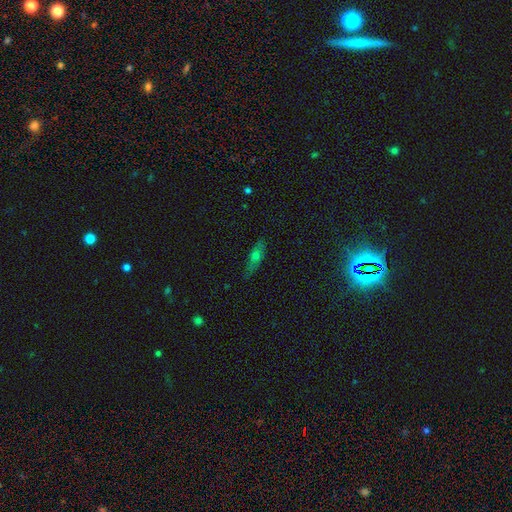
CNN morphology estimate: Smooth or featured? smooth (53%)
How rounded? cigar-shaped (50%)
Merging? none (77%)